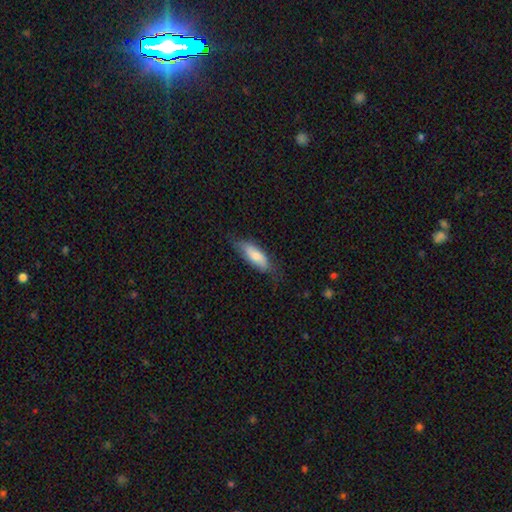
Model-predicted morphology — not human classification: Q: Smooth or featured?
A: smooth (75%); runner-up: featured or disk (19%)
Q: How rounded?
A: in between (67%); runner-up: cigar-shaped (31%)
Q: Merging?
A: none (63%); runner-up: minor disturbance (28%)